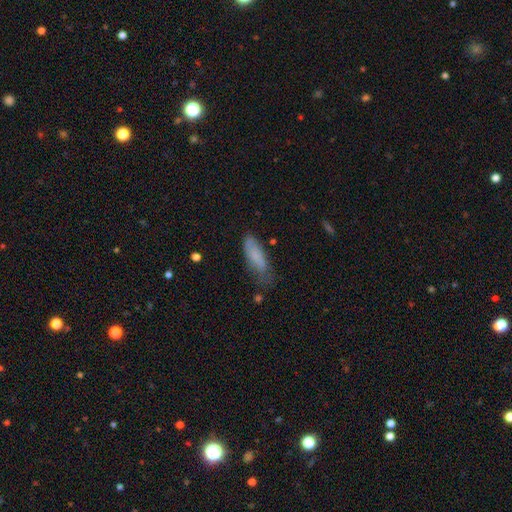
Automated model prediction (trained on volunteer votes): Smooth or featured? smooth (77%)
How rounded? in between (56%)
Merging? none (47%)